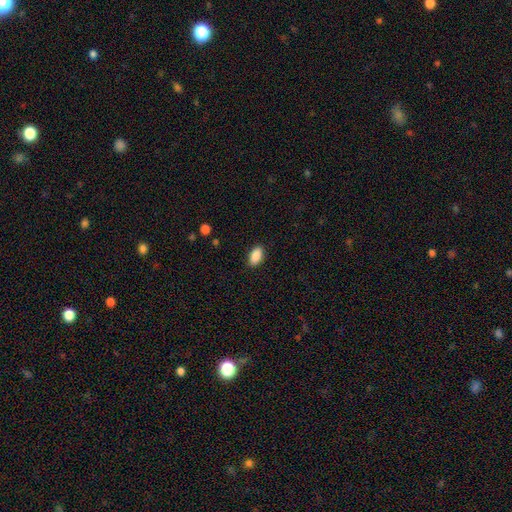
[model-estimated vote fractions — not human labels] Smooth or featured: smooth — 89% (star or artifact — 7%)
How rounded: in between — 93% (round — 4%)
Merging: none — 88% (minor disturbance — 9%)